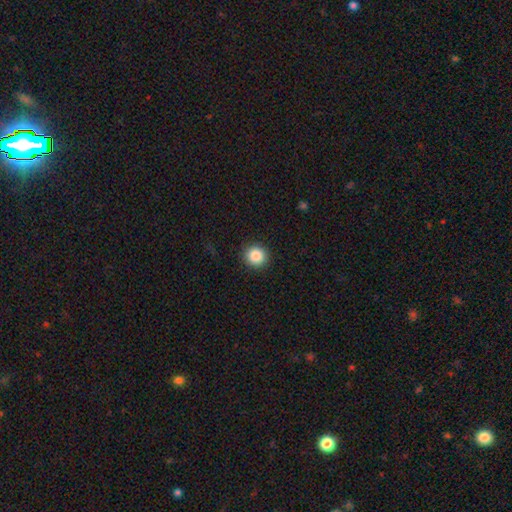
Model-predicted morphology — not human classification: Smooth or featured? Predicted: smooth (p=0.87). How rounded? Predicted: round (p=0.92). Merging? Predicted: none (p=0.91).